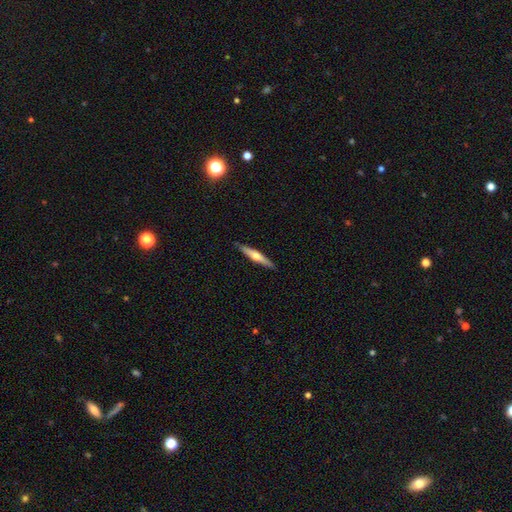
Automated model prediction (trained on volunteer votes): A featured or disk galaxy (57%) viewed edge-on (96%) with a rounded central bulge (89%).

Vote fractions:
- Smooth or featured? featured or disk: 57% / smooth: 38% / star or artifact: 5%
- Edge-on disk? yes: 96% / no: 4%
- Edge-on bulge? rounded: 89% / none: 7% / boxy: 3%
- Merging? none: 90% / minor disturbance: 7% / major disturbance: 1% / merger: 1%